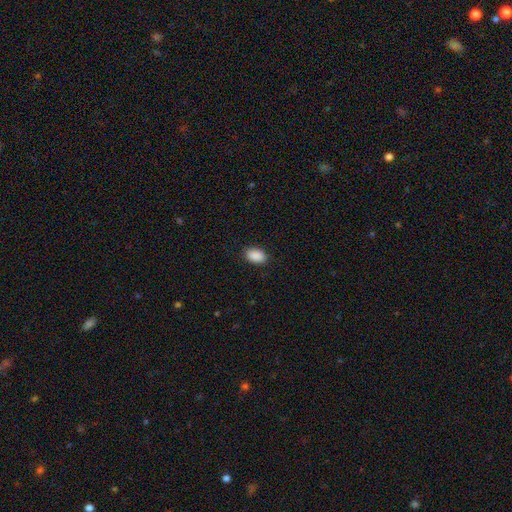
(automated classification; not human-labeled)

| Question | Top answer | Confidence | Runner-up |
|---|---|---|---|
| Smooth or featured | smooth | 91% | star or artifact (7%) |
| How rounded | in between | 91% | round (8%) |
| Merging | none | 88% | minor disturbance (9%) |